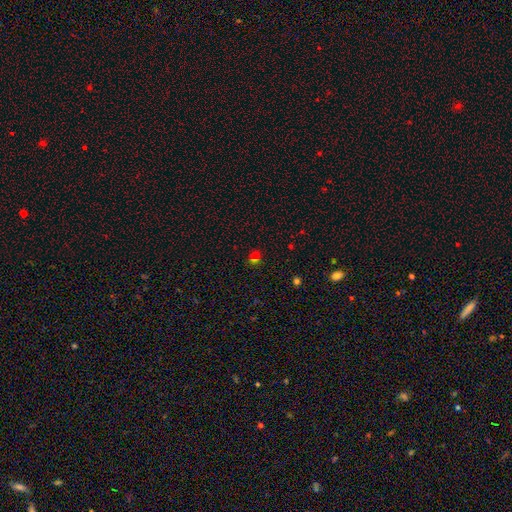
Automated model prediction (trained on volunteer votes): This appears to be a smooth galaxy with no disk features (58%) that is round (66%). Merging: none (55%).